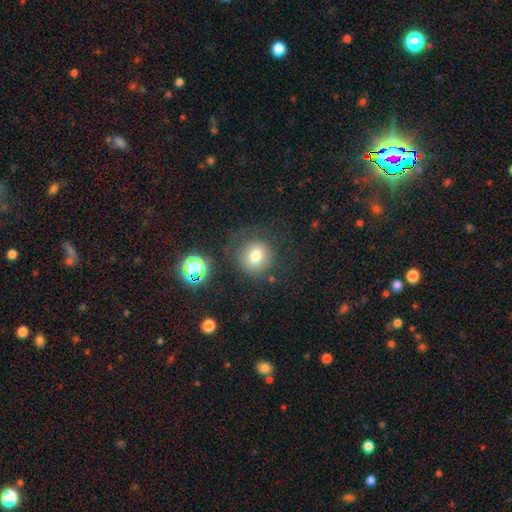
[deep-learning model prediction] Smooth or featured?
  - smooth: 75% *
  - star or artifact: 14%
  - featured or disk: 10%
How rounded?
  - round: 88% *
  - in between: 11%
  - cigar-shaped: 1%
Merging?
  - none: 75% *
  - minor disturbance: 13%
  - major disturbance: 8%
  - merger: 4%